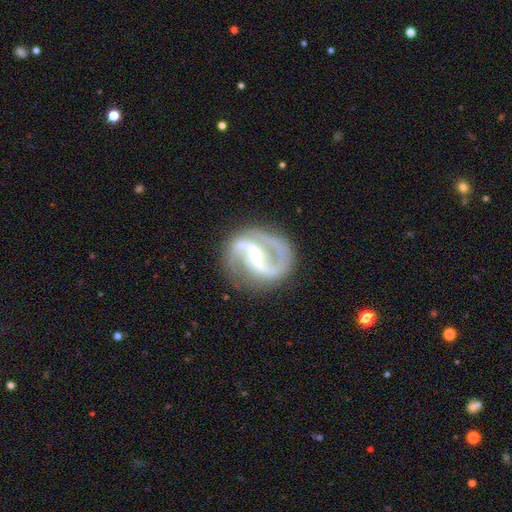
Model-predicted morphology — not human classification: Overall: featured or disk (92%). Edge-on disk: no (98%). Bar: strong (48%; weak 37%). Spiral arms: yes (98%). Spiral arm count: 2 (90%). Spiral winding: medium (53%; loose 33%). Bulge size: small (68%). Merging: none (77%).